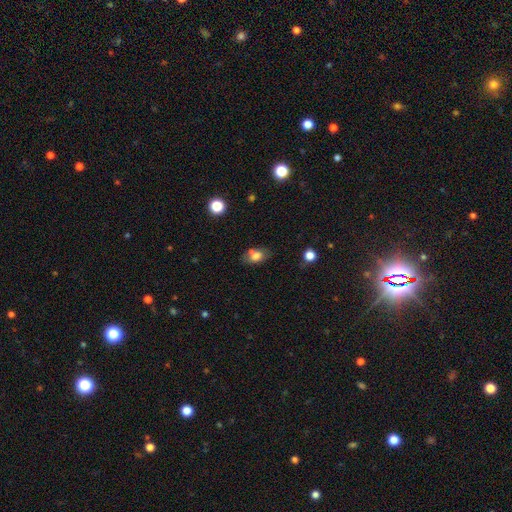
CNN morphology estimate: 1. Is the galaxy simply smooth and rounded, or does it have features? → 73% smooth, 17% featured or disk, 11% star or artifact.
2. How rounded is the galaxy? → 82% in between, 15% round, 3% cigar-shaped.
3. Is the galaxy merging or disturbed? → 57% none, 19% merger, 18% minor disturbance, 6% major disturbance.